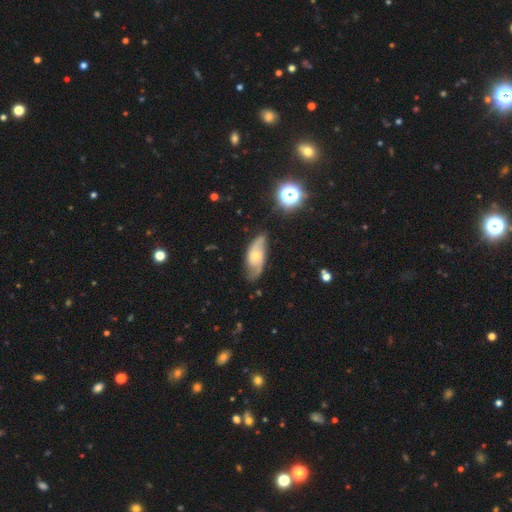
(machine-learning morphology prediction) This is likely a featured or disk galaxy (67%). It is clearly not viewed edge-on (89%). Bar: likely no (71%). Spiral arm pattern: clearly yes (87%). Spiral arm count: likely 2 (75%). Spiral winding: marginally medium (41%). Central bulge: possibly small (51%). Merging: likely none (64%).